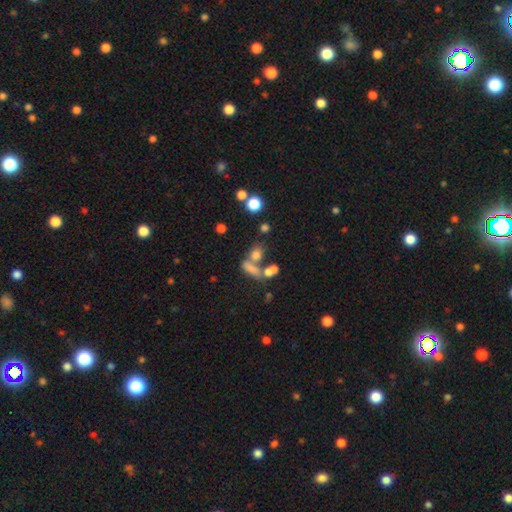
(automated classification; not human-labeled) Smooth or featured?
  - smooth: 64% *
  - star or artifact: 19%
  - featured or disk: 16%
How rounded?
  - in between: 44% *
  - round: 43%
  - cigar-shaped: 13%
Merging?
  - none: 40% * (tied)
  - merger: 40% * (tied)
  - minor disturbance: 11%
  - major disturbance: 9%